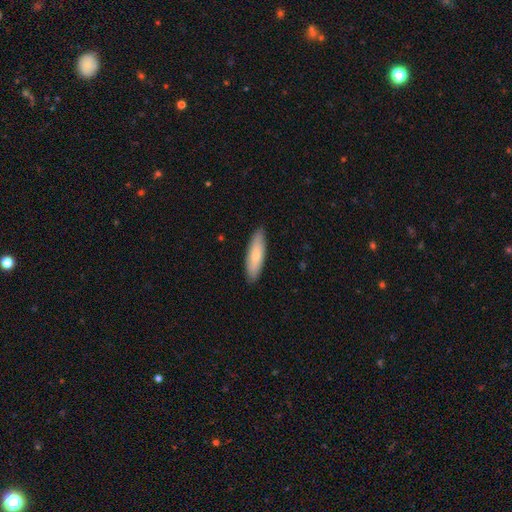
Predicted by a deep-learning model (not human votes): Morphology: type=smooth (74%); roundness=cigar-shaped (57%); merging=none (88%).